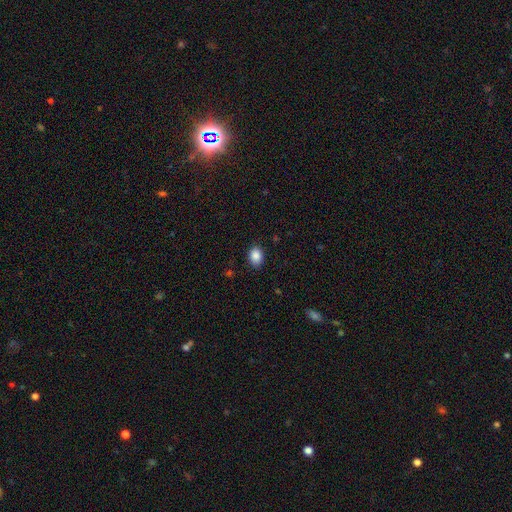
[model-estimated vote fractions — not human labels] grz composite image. It shows a smooth galaxy with no disk features (88%) that is in between round and cigar-shaped (71%). Merging: none (86%).